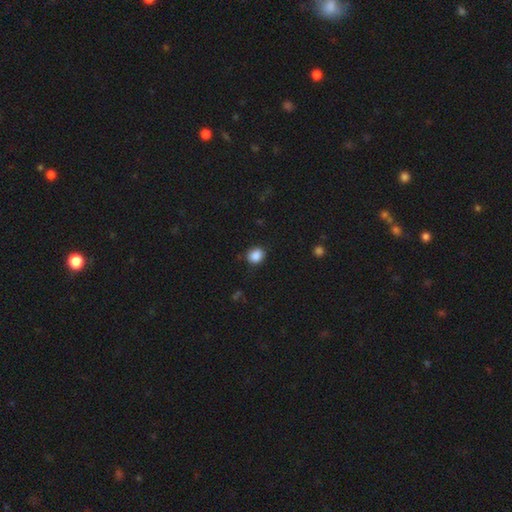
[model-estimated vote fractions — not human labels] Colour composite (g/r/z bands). It shows a smooth galaxy with no disk features (87%) that is round (60%). Merging: none (83%).